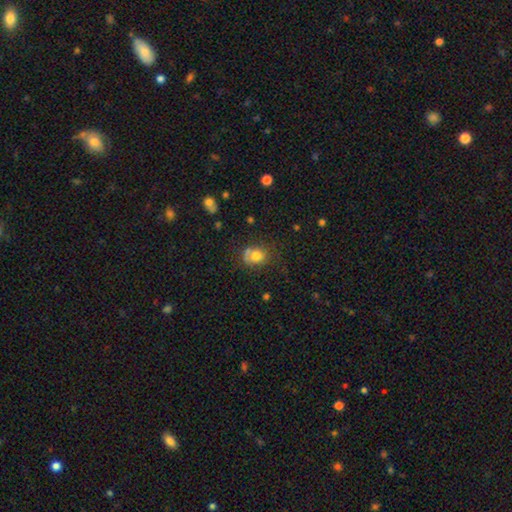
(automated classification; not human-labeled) A smooth galaxy with no disk features (73%) that is round (59%). Merging: none (50%).